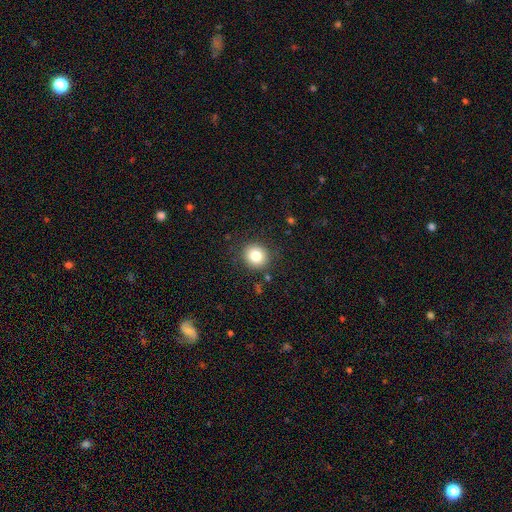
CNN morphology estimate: Smooth or featured: smooth — 80% (star or artifact — 11%)
How rounded: round — 88% (in between — 11%)
Merging: none — 88% (minor disturbance — 8%)